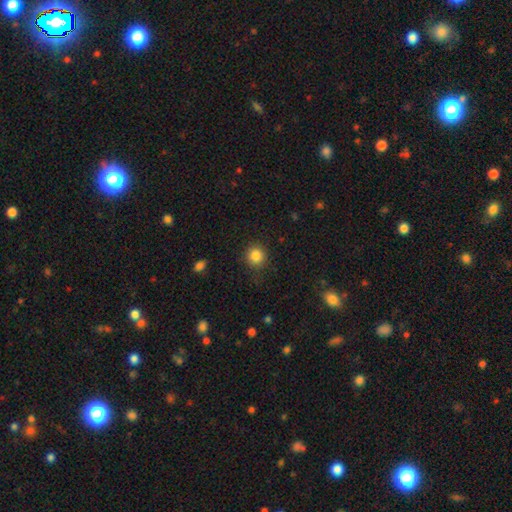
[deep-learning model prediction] Q: Smooth or featured?
A: smooth (84%); runner-up: star or artifact (11%)
Q: How rounded?
A: round (91%); runner-up: in between (8%)
Q: Merging?
A: none (88%); runner-up: minor disturbance (8%)